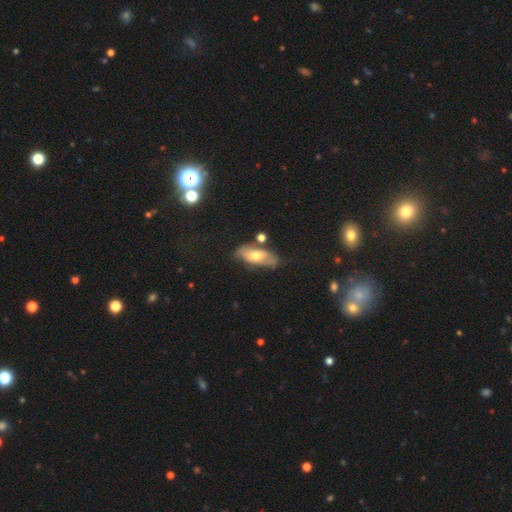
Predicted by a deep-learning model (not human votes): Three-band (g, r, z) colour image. It shows a smooth galaxy with no disk features (49%). Merging: none (61%).